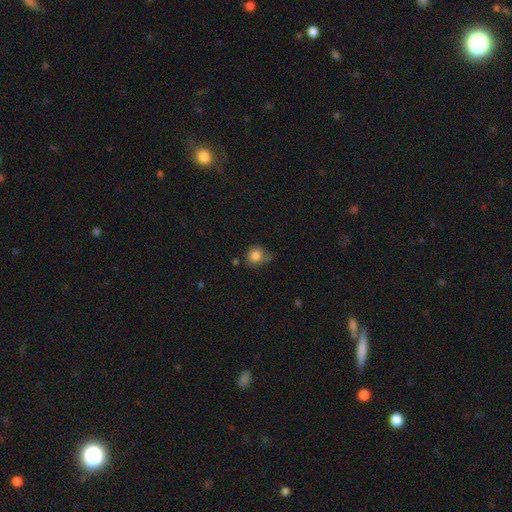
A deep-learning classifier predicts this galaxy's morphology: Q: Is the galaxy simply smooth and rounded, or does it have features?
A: smooth — 83%.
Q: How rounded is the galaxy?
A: round — 83%.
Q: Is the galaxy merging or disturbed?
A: none — 59%.